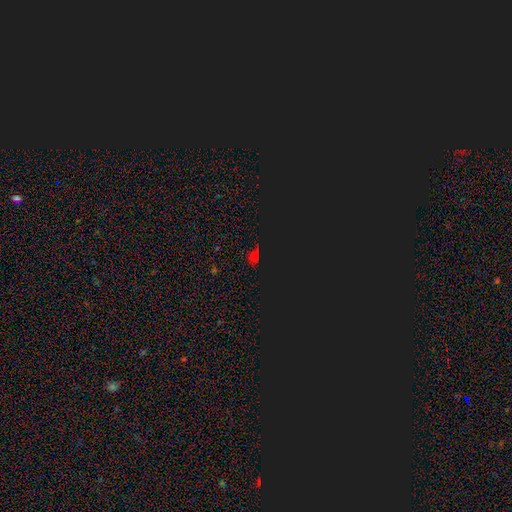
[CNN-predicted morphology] Overall: star or artifact (71%).